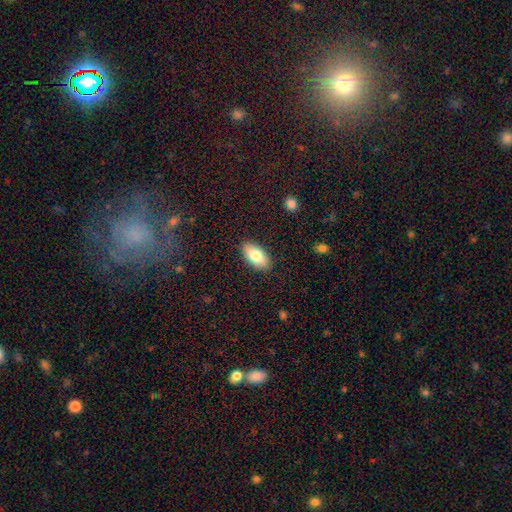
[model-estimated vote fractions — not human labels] Q: Smooth or featured?
A: smooth (79%); runner-up: featured or disk (15%)
Q: How rounded?
A: in between (93%); runner-up: cigar-shaped (4%)
Q: Merging?
A: none (88%); runner-up: minor disturbance (9%)